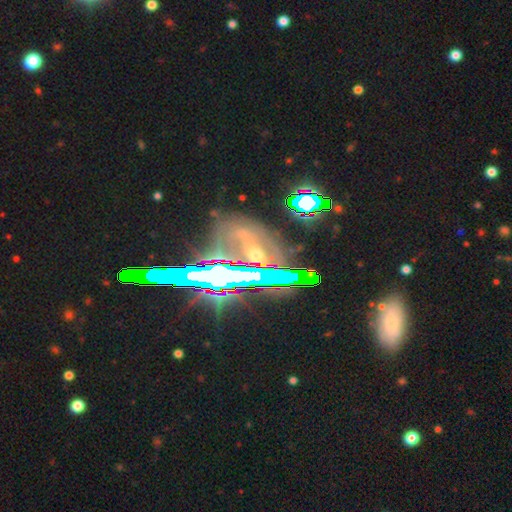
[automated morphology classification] This is marginally a featured or disk galaxy (44%). Merging: likely none (69%).